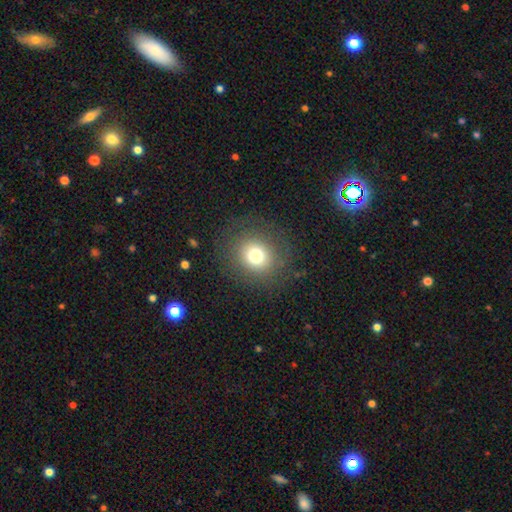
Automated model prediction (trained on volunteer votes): smooth 75%, star or artifact 14%, featured or disk 12%. Down the decision tree: how rounded — round (85%); merging — none (84%).